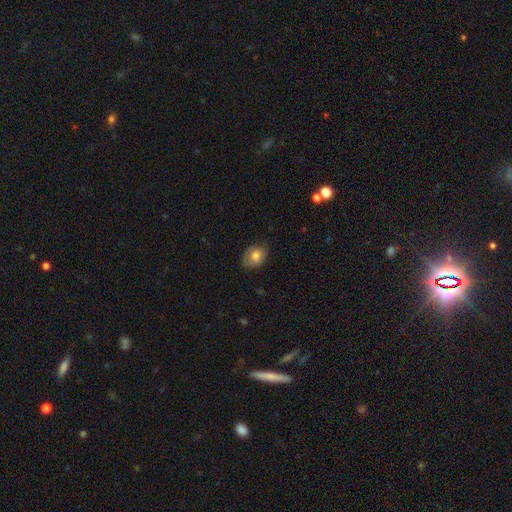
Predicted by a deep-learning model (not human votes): smooth_or_featured: smooth (p=0.76) [alt: featured or disk p=0.16]
how_rounded: in between (p=0.58) [alt: round p=0.41]
merging: none (p=0.68) [alt: minor disturbance p=0.25]